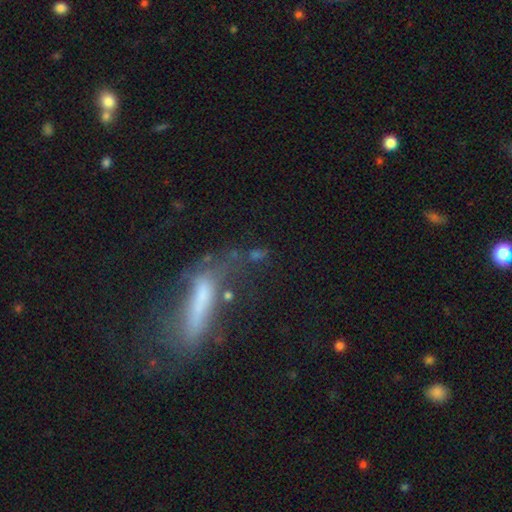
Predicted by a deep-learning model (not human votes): This is possibly a smooth galaxy (46%). Merging: possibly none (48%).